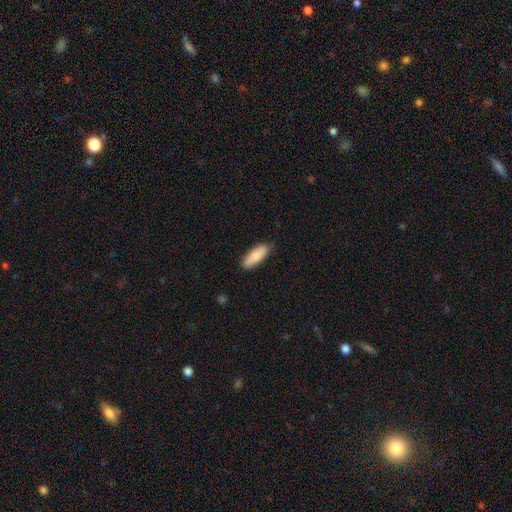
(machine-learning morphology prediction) This appears to be a smooth galaxy with no disk features (83%) that is in between round and cigar-shaped (67%). Merging: none (84%).